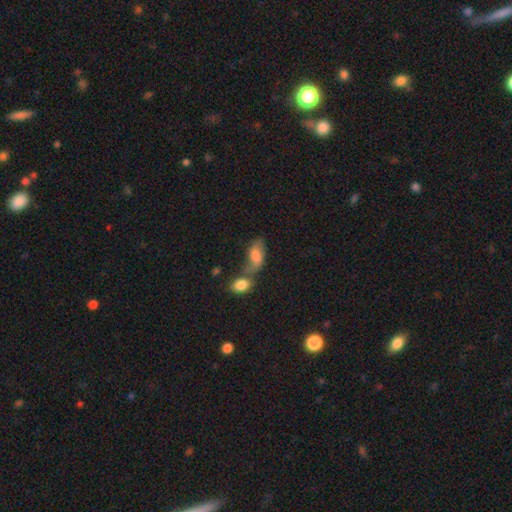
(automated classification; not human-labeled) Morphology: type=smooth (69%); roundness=in between (91%); merging=merger (40%).